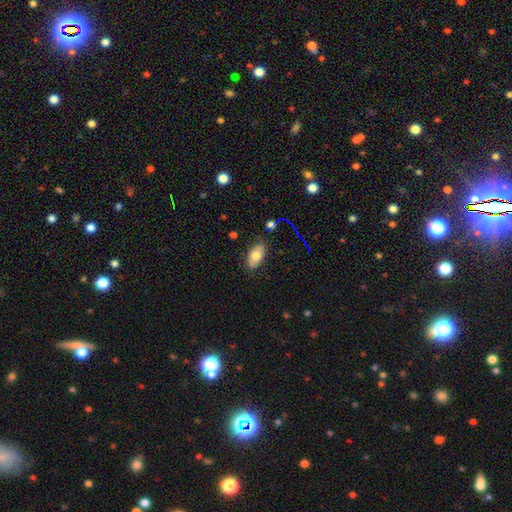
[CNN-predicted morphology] A smooth galaxy with no disk features (75%) that is in between round and cigar-shaped (92%). Merging: none (82%).